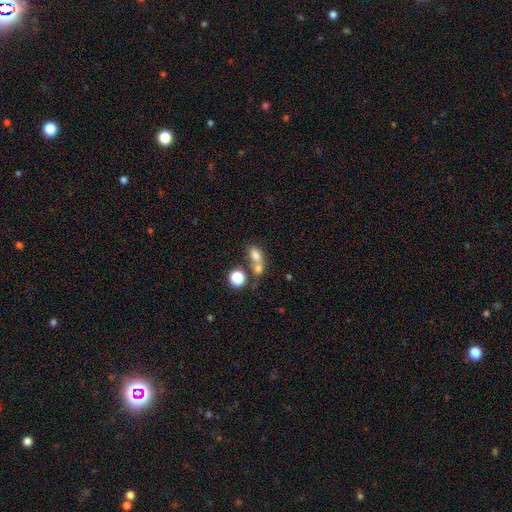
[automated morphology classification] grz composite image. It shows a smooth galaxy with no disk features (73%) that is in between round and cigar-shaped (68%). Merging: merger (55%).